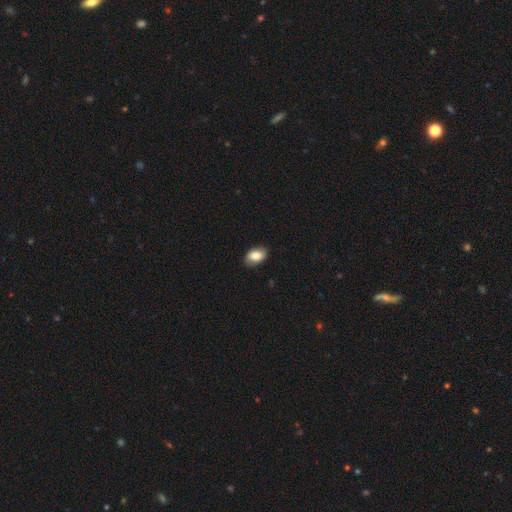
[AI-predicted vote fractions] This is clearly a smooth galaxy (83%). How rounded: clearly in between (88%). Merging: clearly none (85%).